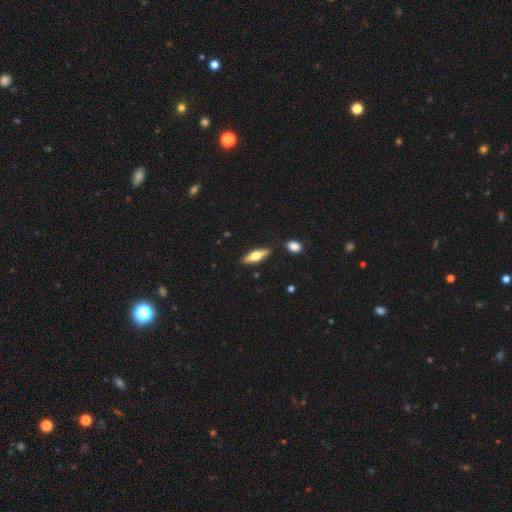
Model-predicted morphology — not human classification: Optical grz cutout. It shows a smooth galaxy with no disk features (55%) that is cigar-shaped (51%). Merging: none (85%).